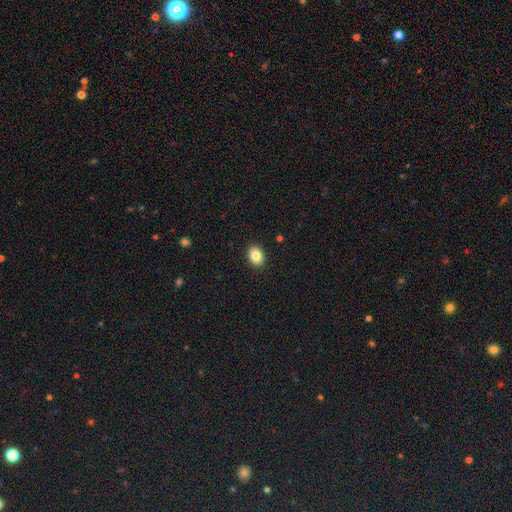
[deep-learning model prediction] This appears to be a smooth galaxy with no disk features (86%) that is in between round and cigar-shaped (67%). Merging: none (91%).